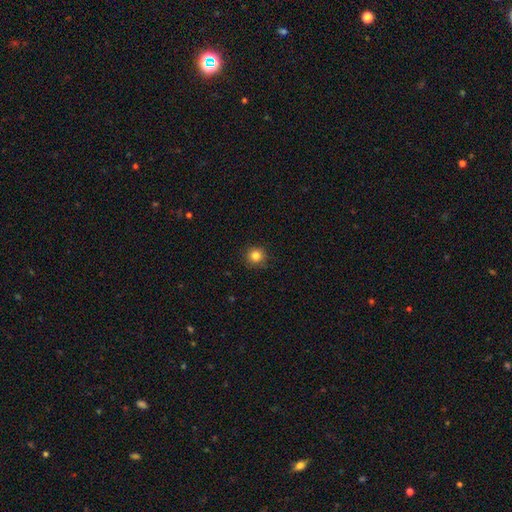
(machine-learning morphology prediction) This is clearly a smooth galaxy (83%). How rounded: clearly round (94%). Merging: clearly none (90%).